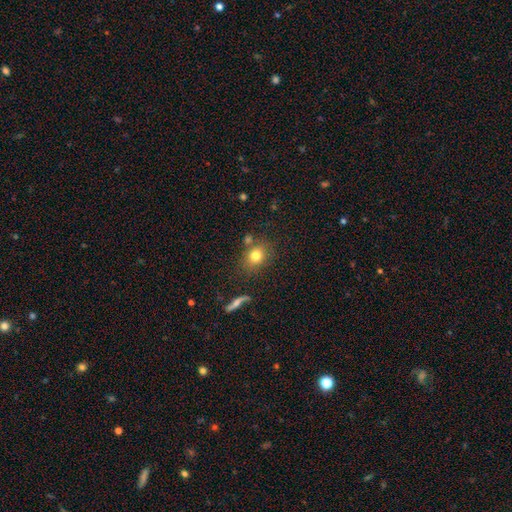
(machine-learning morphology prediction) type=smooth (77%); roundness=round (62%); merging=none (74%).